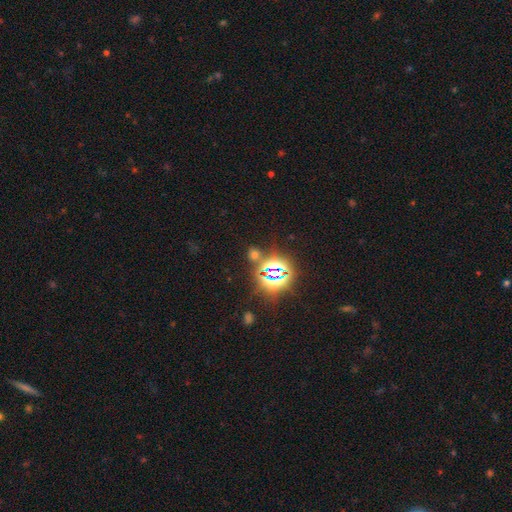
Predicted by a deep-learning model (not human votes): This is likely a star or artifact rather than a galaxy (77%).